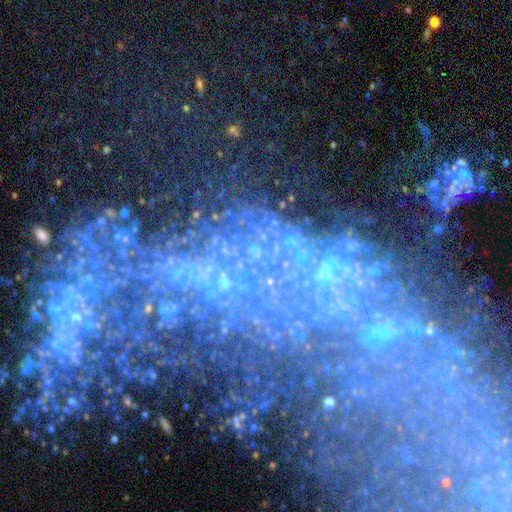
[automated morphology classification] smooth_or_featured: star or artifact (p=0.49) [alt: featured or disk p=0.38]